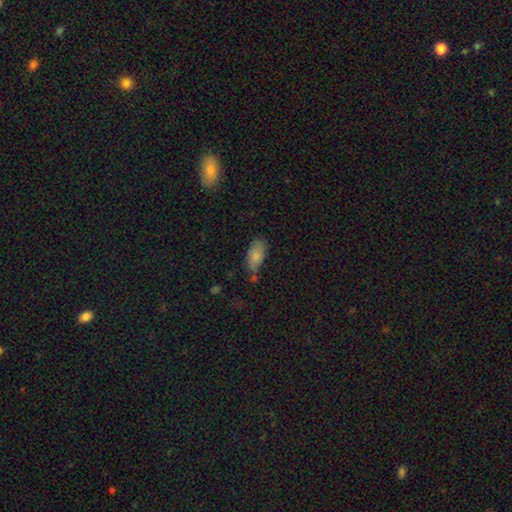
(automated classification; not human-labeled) Overall: smooth (79%). How rounded: in between (89%). Merging: none (56%; minor disturbance 28%).